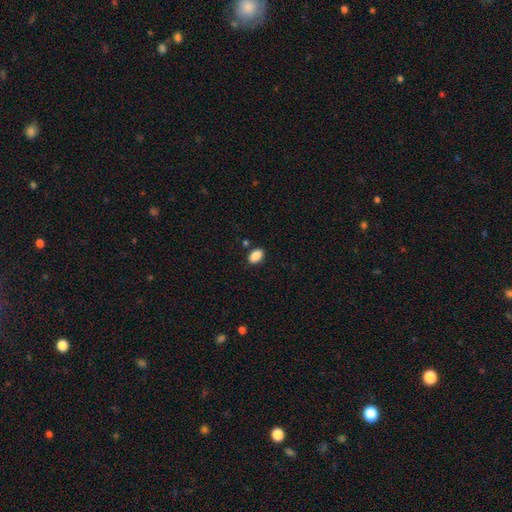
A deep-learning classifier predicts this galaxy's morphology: This appears to be a smooth galaxy with no disk features (89%) that is in between round and cigar-shaped (87%). Merging: none (86%).